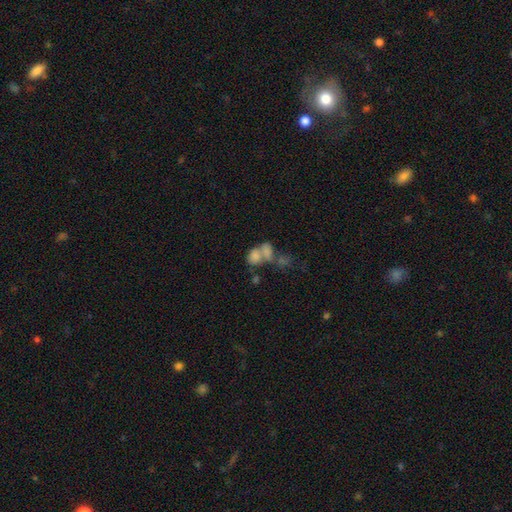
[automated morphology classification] Smooth or featured: smooth — 68% (featured or disk — 19%)
How rounded: in between — 71% (round — 27%)
Merging: merger — 65% (none — 19%)